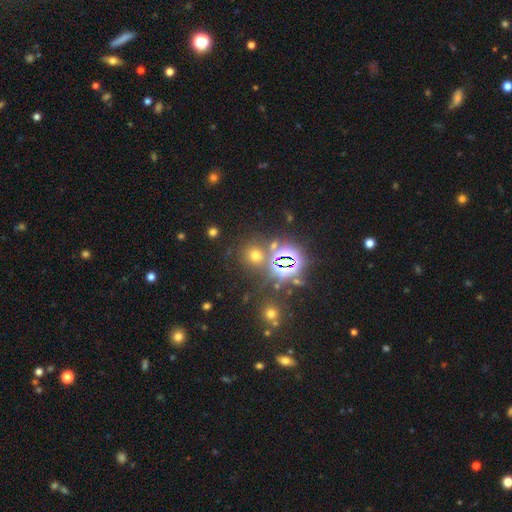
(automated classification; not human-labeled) Smooth or featured?
  - smooth: 51% *
  - star or artifact: 42%
  - featured or disk: 7%
How rounded?
  - round: 87% *
  - in between: 12%
  - cigar-shaped: 1%
Merging?
  - none: 77% *
  - minor disturbance: 9%
  - merger: 9%
  - major disturbance: 5%